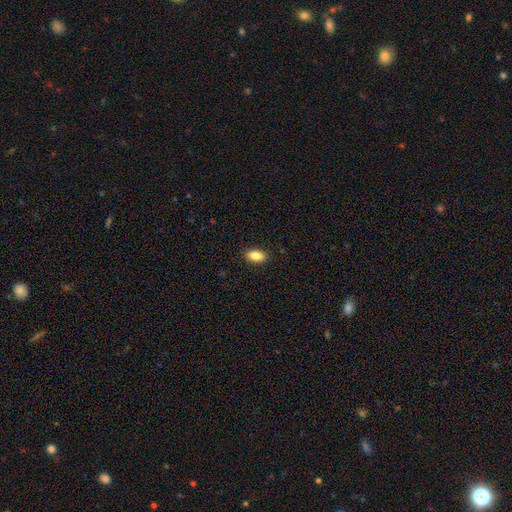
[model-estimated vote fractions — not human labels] The model was most divided on "smooth or featured": smooth: 85%, star or artifact: 8%, featured or disk: 7%. More confident: how rounded — in between (90%); merging — none (89%).